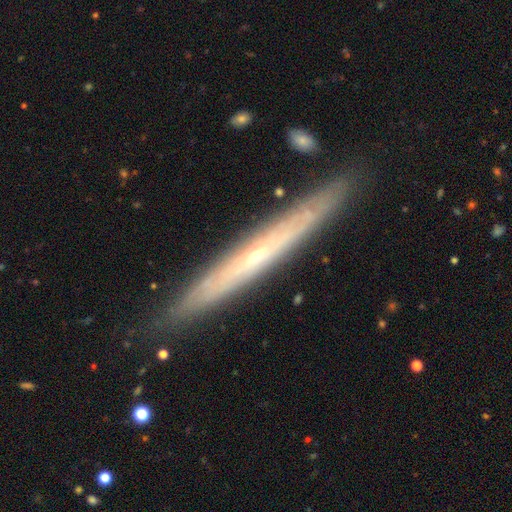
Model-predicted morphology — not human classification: The model was most divided on "edge-on bulge": rounded: 56%, none: 42%, boxy: 2%. More confident: merging — none (87%); edge-on disk — yes (86%); smooth or featured — featured or disk (73%).